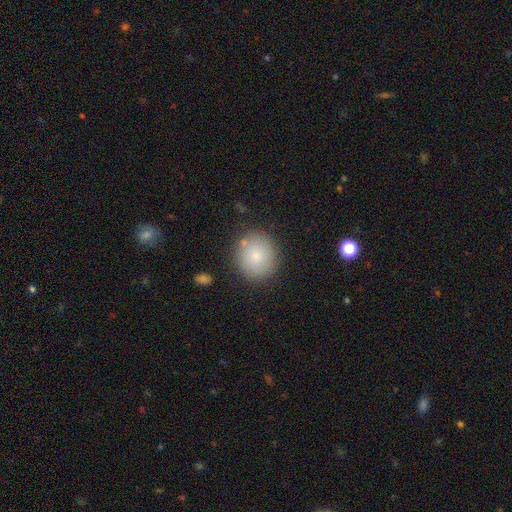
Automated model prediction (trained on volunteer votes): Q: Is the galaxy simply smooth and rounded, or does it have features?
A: smooth — 82%.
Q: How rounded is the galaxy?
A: round — 84%.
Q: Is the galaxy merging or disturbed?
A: none — 84%.